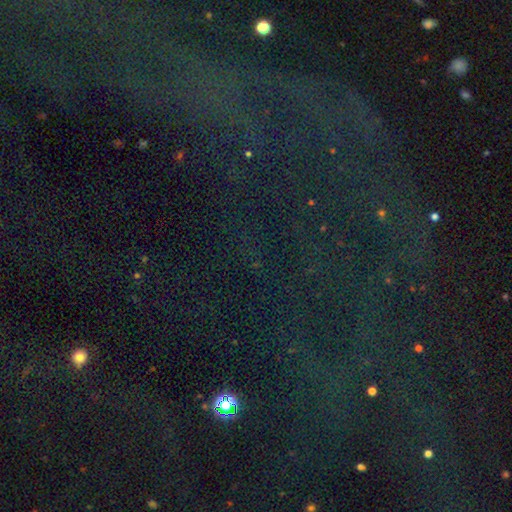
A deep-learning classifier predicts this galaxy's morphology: type=star or artifact (78%).